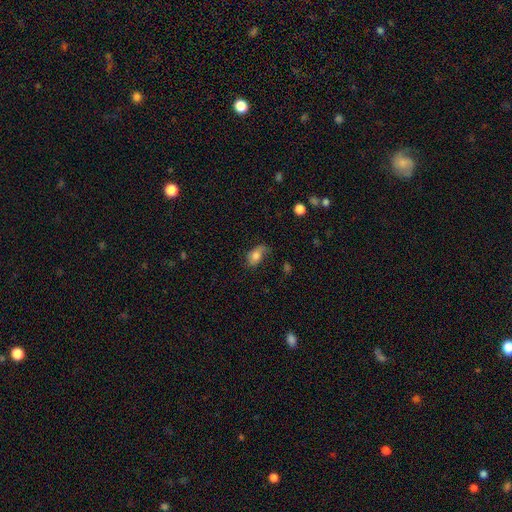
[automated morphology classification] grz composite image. It shows a smooth galaxy with no disk features (68%) that is in between round and cigar-shaped (85%). Merging: none (50%).